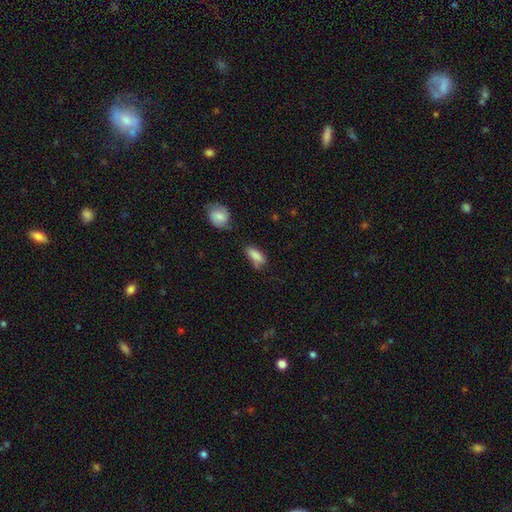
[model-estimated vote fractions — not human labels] smooth_or_featured: smooth (p=0.84) [alt: featured or disk p=0.09]
how_rounded: in between (p=0.84) [alt: cigar-shaped p=0.12]
merging: none (p=0.49) [alt: minor disturbance p=0.33]